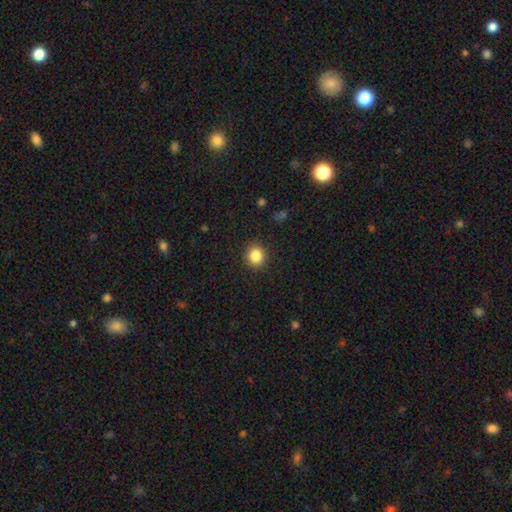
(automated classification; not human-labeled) Q: Smooth or featured?
A: smooth (85%); runner-up: star or artifact (10%)
Q: How rounded?
A: round (83%); runner-up: in between (16%)
Q: Merging?
A: none (90%); runner-up: minor disturbance (7%)